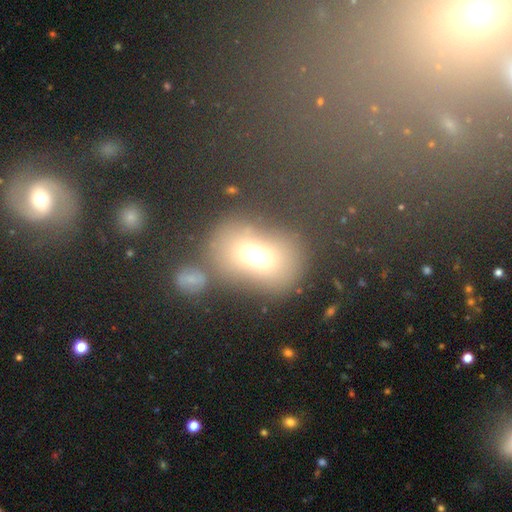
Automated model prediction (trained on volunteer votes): A smooth galaxy with no disk features (66%) that is in between round and cigar-shaped (67%). Merging: none (55%).